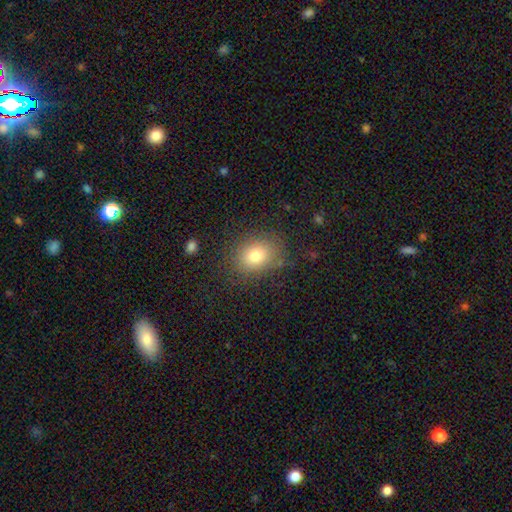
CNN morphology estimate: This appears to be a smooth galaxy with no disk features (79%) that is in between round and cigar-shaped (60%). Merging: none (82%).